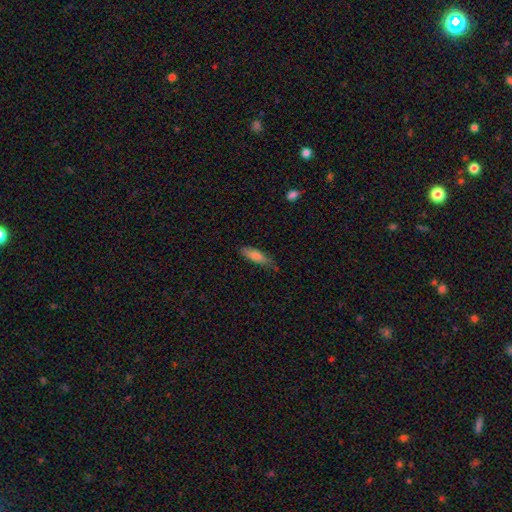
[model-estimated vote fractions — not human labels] This appears to be a smooth galaxy with no disk features (77%) that is in between round and cigar-shaped (49%, tied with cigar-shaped). Merging: none (74%).